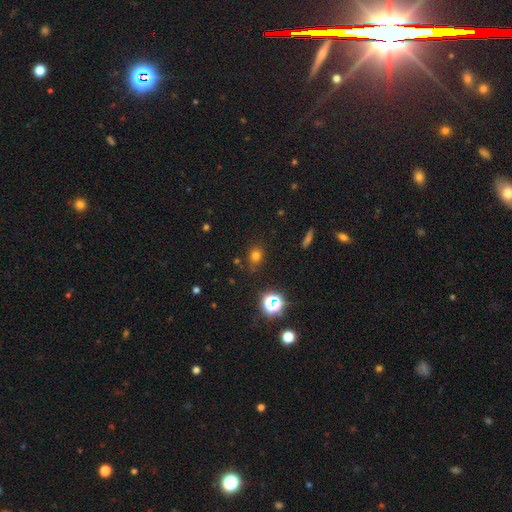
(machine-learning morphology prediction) Smooth or featured: smooth — 70% (star or artifact — 23%)
How rounded: round — 64% (in between — 35%)
Merging: none — 79% (minor disturbance — 14%)